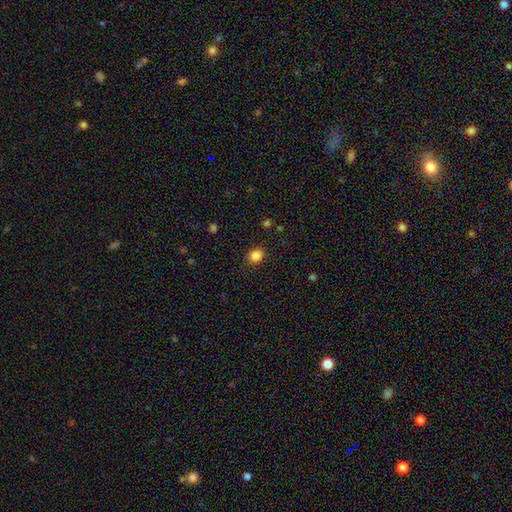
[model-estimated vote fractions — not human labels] Smooth or featured? smooth (84%)
How rounded? round (67%)
Merging? none (88%)